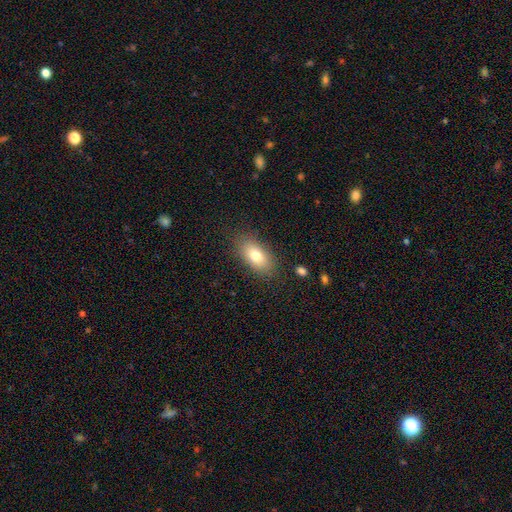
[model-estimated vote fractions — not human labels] Smooth or featured? Predicted: smooth (p=0.78). How rounded? Predicted: in between (p=0.89). Merging? Predicted: none (p=0.84).